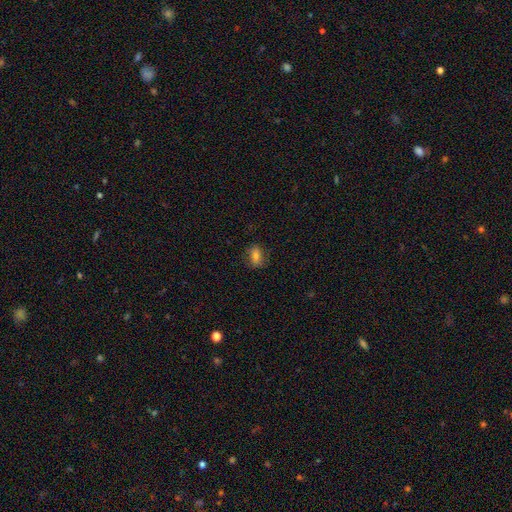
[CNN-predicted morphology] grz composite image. It shows a smooth galaxy with no disk features (73%) that is in between round and cigar-shaped (76%). Merging: none (81%).